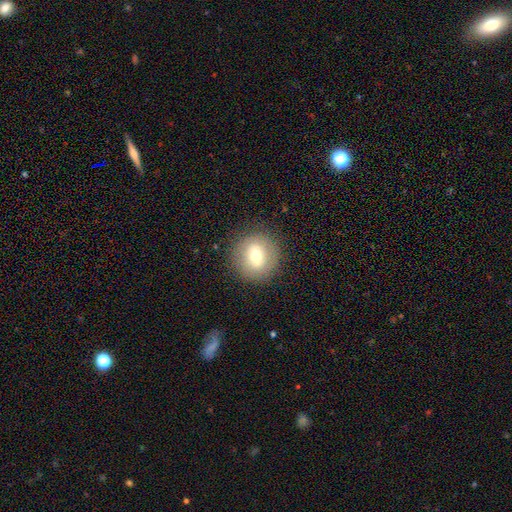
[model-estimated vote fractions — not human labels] Smooth or featured? Predicted: smooth (p=0.64). How rounded? Predicted: round (p=0.85). Merging? Predicted: none (p=0.87).